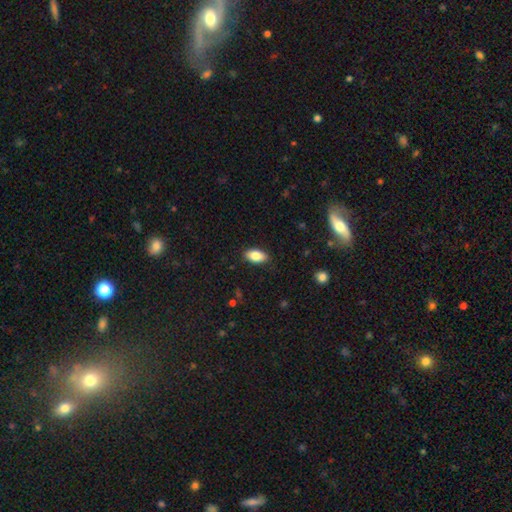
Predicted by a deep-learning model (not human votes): A smooth galaxy with no disk features (83%) that is in between round and cigar-shaped (91%).

Vote fractions:
- Smooth or featured? smooth: 83% / featured or disk: 9% / star or artifact: 7%
- How rounded? in between: 91% / cigar-shaped: 6% / round: 3%
- Merging? none: 88% / minor disturbance: 9% / major disturbance: 2% / merger: 1%